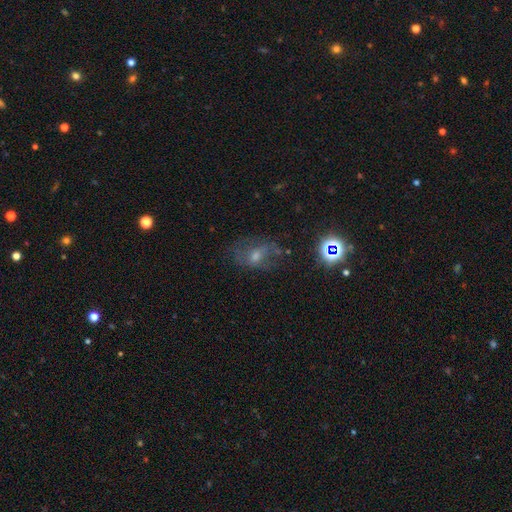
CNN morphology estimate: Q: Smooth or featured?
A: featured or disk (46%); runner-up: smooth (30%)
Q: Merging?
A: none (53%); runner-up: minor disturbance (23%)